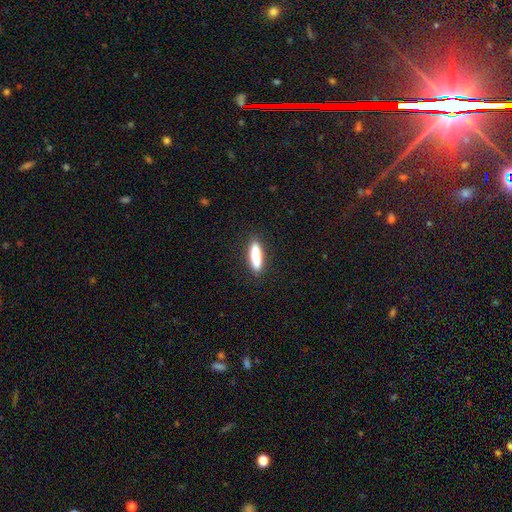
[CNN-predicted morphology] smooth_or_featured: smooth (p=0.79) [alt: featured or disk p=0.15]
how_rounded: cigar-shaped (p=0.76) [alt: in between p=0.22]
merging: none (p=0.89) [alt: minor disturbance p=0.08]